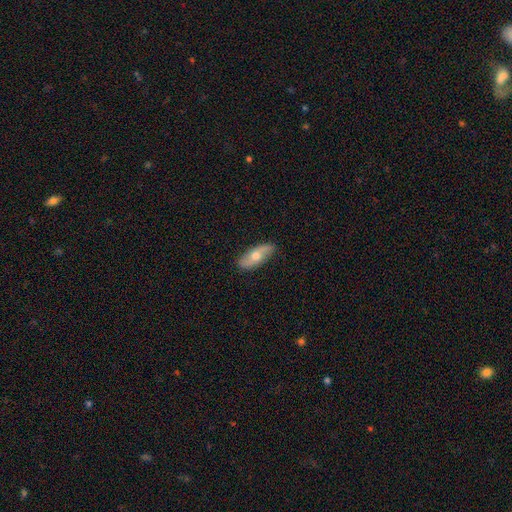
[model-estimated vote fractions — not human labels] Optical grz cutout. It shows a smooth galaxy with no disk features (50%). Merging: none (86%).